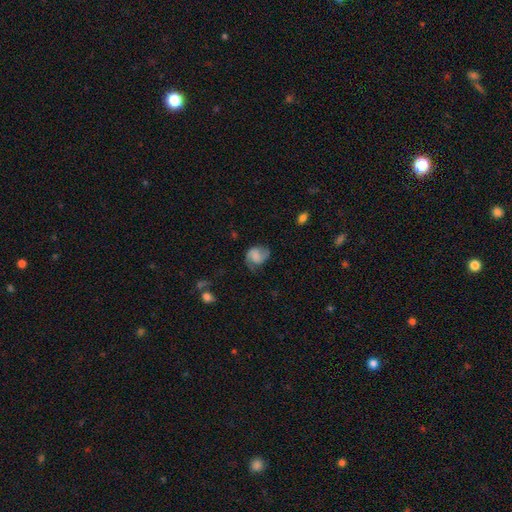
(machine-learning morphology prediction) smooth 47%, featured or disk 44%, star or artifact 9%. Down the decision tree: merging — none (53%).